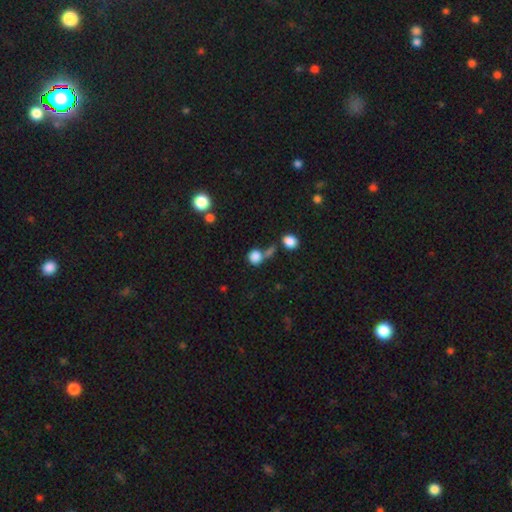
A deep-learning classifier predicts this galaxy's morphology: A smooth galaxy with no disk features (82%) that is round (81%). Merging: none (49%).